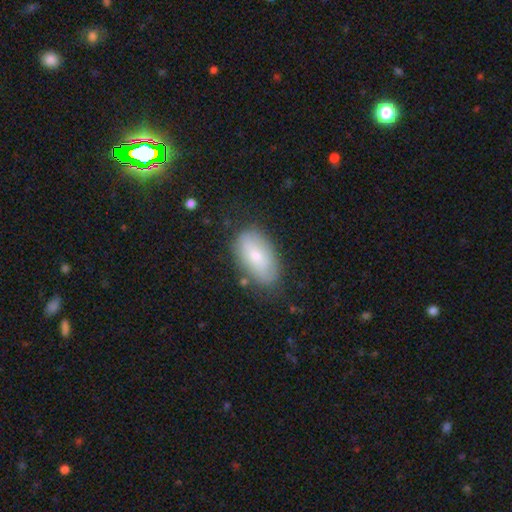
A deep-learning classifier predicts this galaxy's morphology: Overall: smooth (63%; featured or disk 30%). How rounded: in between (92%). Merging: none (74%).